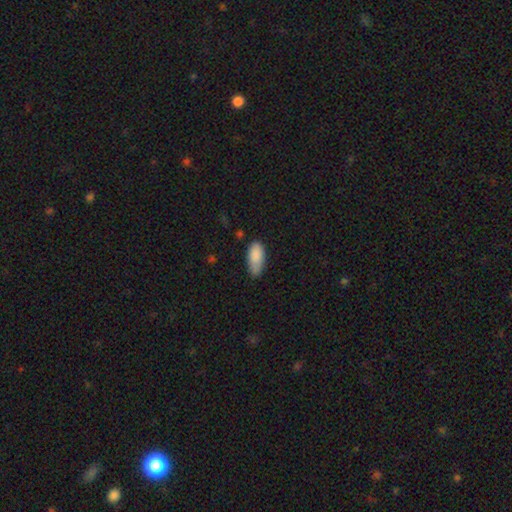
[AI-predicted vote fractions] This appears to be a smooth galaxy with no disk features (87%) that is in between round and cigar-shaped (89%). Merging: none (61%).